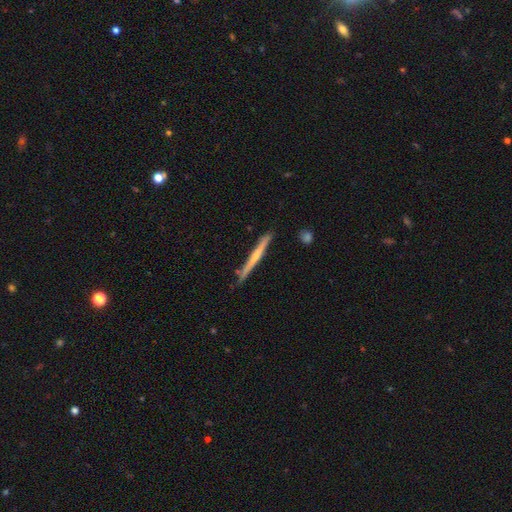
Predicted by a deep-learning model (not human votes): smooth-or-featured: featured or disk: 56% | smooth: 38% | star or artifact: 5%
  disk-edge-on: yes: 97% | no: 3%
    edge-on-bulge: none: 55% | rounded: 38% | boxy: 6%
  merging: none: 83% | minor disturbance: 13% | merger: 2% | major disturbance: 2%